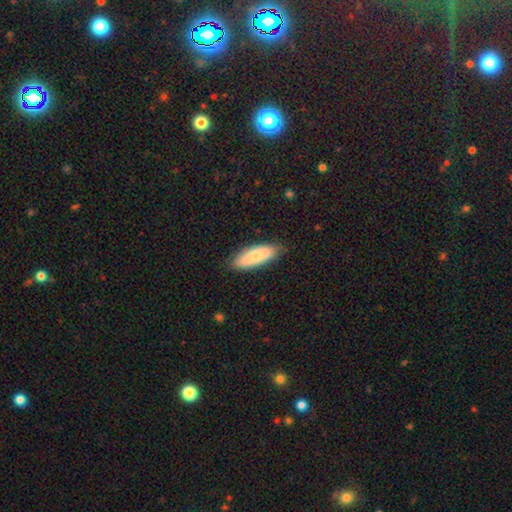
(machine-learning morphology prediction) Overall: smooth (69%). How rounded: in between (67%; cigar-shaped 30%). Merging: none (80%).